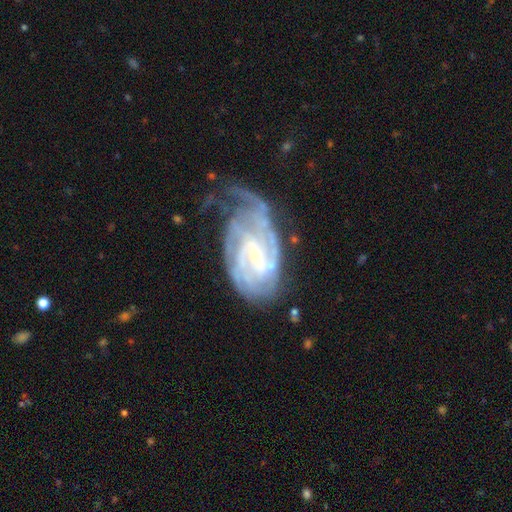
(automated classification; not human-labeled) Overall: featured or disk (88%). Edge-on disk: no (97%). Bar: weak (48%; no 35%). Spiral arms: yes (95%). Spiral arm count: can't tell (34%; 2 23%). Spiral winding: tight (57%; medium 33%). Bulge size: small (69%). Merging: none (38%; major disturbance 31%).